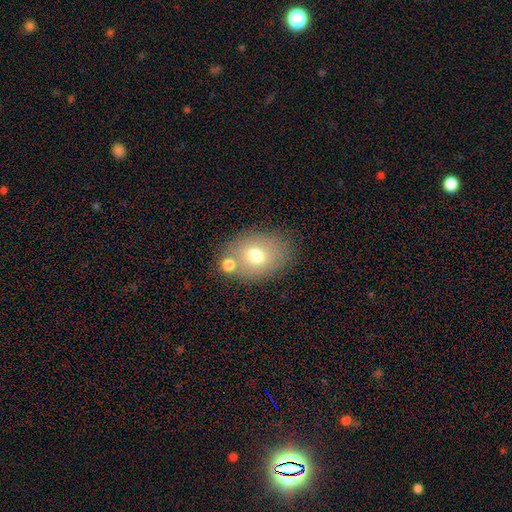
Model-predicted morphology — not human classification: Smooth or featured? smooth (70%)
How rounded? in between (68%)
Merging? none (66%)